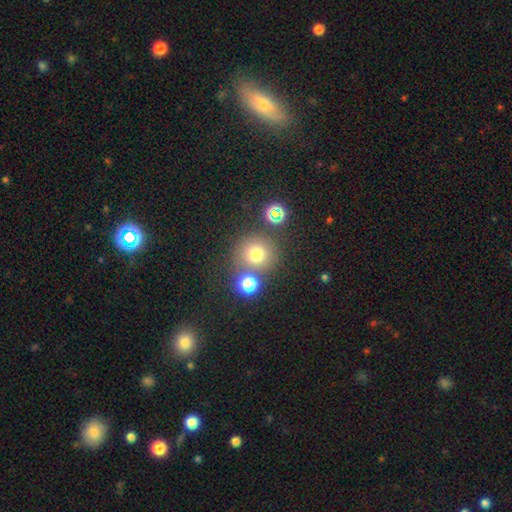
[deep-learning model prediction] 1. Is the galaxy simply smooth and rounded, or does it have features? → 70% smooth, 21% star or artifact, 9% featured or disk.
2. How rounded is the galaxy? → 92% round, 7% in between, 1% cigar-shaped.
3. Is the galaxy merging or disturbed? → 71% none, 17% merger, 8% minor disturbance, 4% major disturbance.